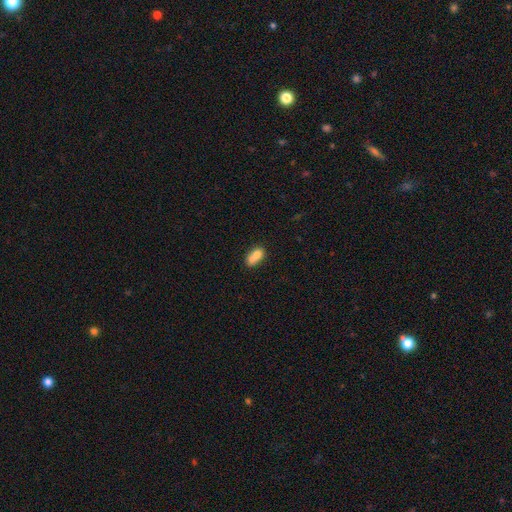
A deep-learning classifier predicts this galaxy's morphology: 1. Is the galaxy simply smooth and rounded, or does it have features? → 70% smooth, 21% featured or disk, 10% star or artifact.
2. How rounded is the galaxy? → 65% in between, 31% round, 3% cigar-shaped.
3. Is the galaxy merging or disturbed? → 61% merger, 25% none, 10% minor disturbance, 4% major disturbance.